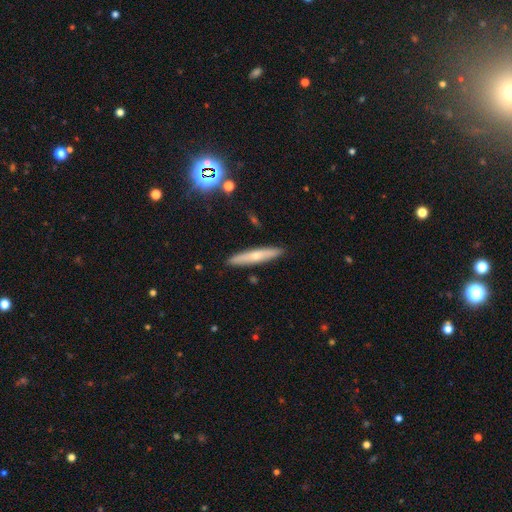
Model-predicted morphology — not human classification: This is possibly a smooth galaxy (49%). Merging: clearly none (90%).